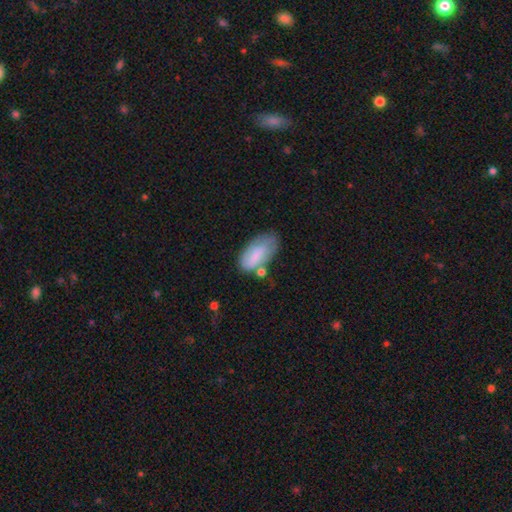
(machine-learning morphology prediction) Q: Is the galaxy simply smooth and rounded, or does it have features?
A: smooth — 73%.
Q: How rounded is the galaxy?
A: in between — 92%.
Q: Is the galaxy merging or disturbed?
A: none — 47%.